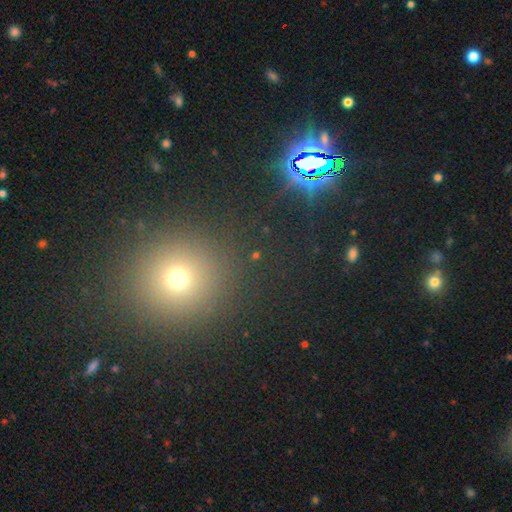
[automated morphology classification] Smooth or featured?
  - star or artifact: 47% *
  - smooth: 44%
  - featured or disk: 9%